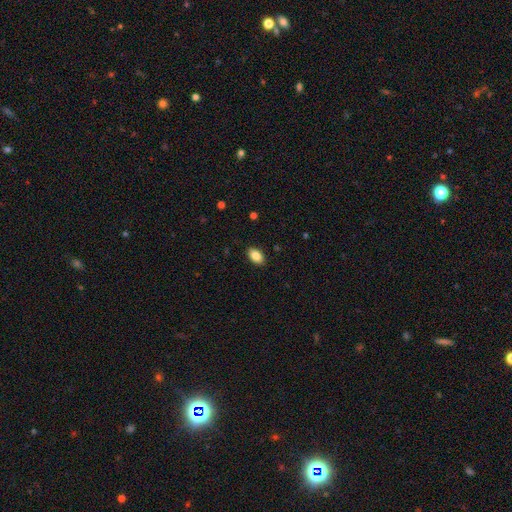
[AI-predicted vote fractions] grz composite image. It shows a smooth galaxy with no disk features (86%) that is in between round and cigar-shaped (91%). Merging: none (89%).